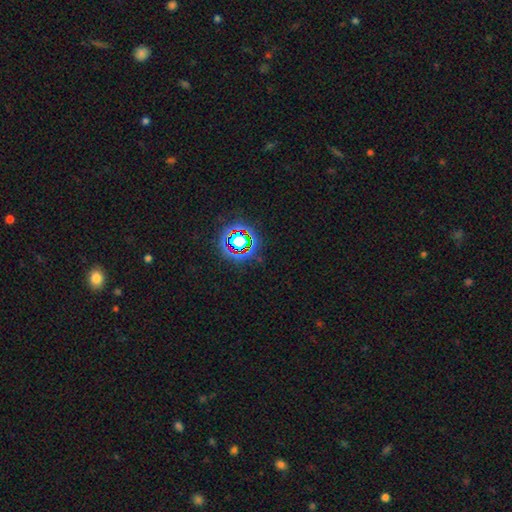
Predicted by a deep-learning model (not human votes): The model was most divided on "smooth or featured": star or artifact: 77%, smooth: 15%, featured or disk: 9%.